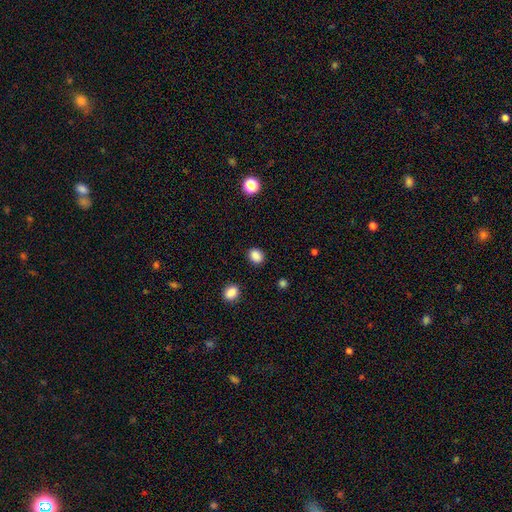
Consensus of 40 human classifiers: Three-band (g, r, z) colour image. It shows a smooth galaxy with no disk features (85%) that is round (50%, tied with in between). Merging: none (81%).